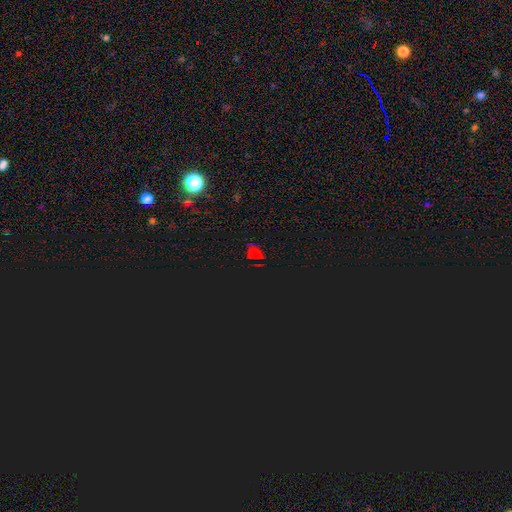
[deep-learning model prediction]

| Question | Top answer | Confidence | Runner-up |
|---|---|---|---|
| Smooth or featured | star or artifact | 64% | smooth (28%) |